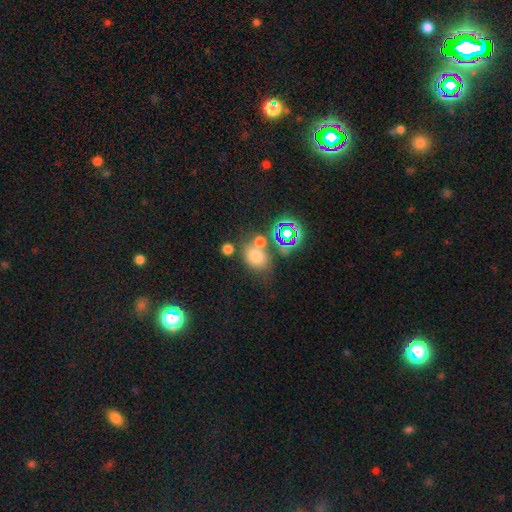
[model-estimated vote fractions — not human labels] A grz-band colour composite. It shows a smooth galaxy with no disk features (64%) that is in between round and cigar-shaped (52%). Merging: none (51%).